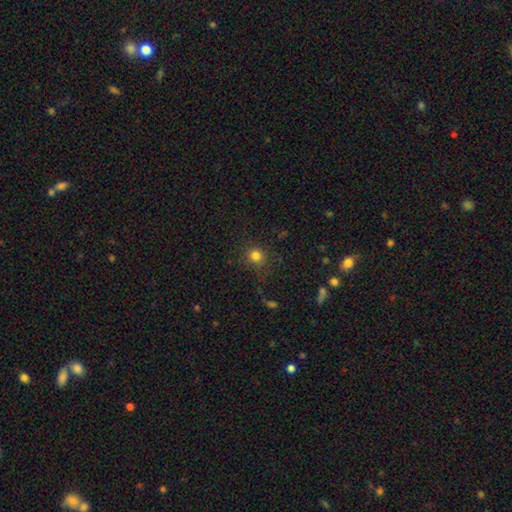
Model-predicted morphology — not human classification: This is likely a smooth galaxy (80%). How rounded: clearly round (90%). Merging: clearly none (84%).